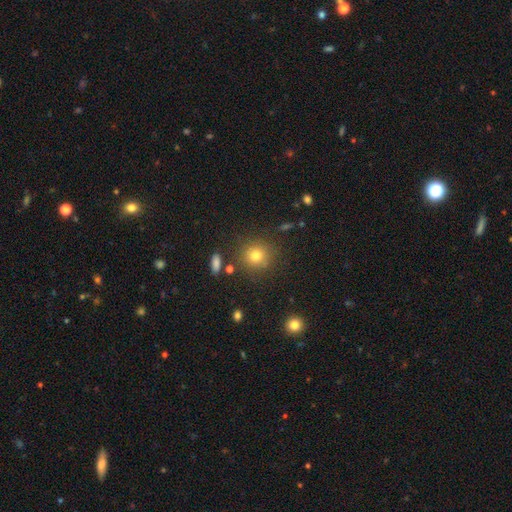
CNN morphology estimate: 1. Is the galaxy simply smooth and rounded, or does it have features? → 79% smooth, 13% star or artifact, 8% featured or disk.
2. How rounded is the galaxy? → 90% round, 9% in between, 1% cigar-shaped.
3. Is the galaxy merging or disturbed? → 84% none, 9% minor disturbance, 4% merger, 3% major disturbance.